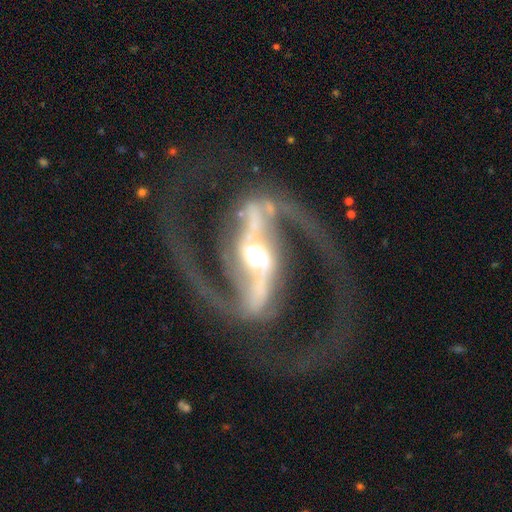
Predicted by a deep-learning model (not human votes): Smooth or featured?
  - featured or disk: 94% *
  - star or artifact: 4%
  - smooth: 2%
Edge-on disk?
  - no: 97% *
  - yes: 3%
Bar?
  - strong: 77% *
  - weak: 17%
  - no: 6%
Spiral arms?
  - yes: 98% *
  - no: 2%
Spiral winding?
  - medium: 65% *
  - loose: 22%
  - tight: 13%
Spiral arm count?
  - 2: 94% *
  - can't tell: 1%
  - 3: 1%
  - 1: 1%
  - 4: 1%
  - more than 4: 1%
Bulge size?
  - moderate: 60% *
  - large: 19%
  - small: 17%
  - dominant: 2%
  - none: 1%
Merging?
  - none: 74% *
  - major disturbance: 12%
  - minor disturbance: 12%
  - merger: 2%